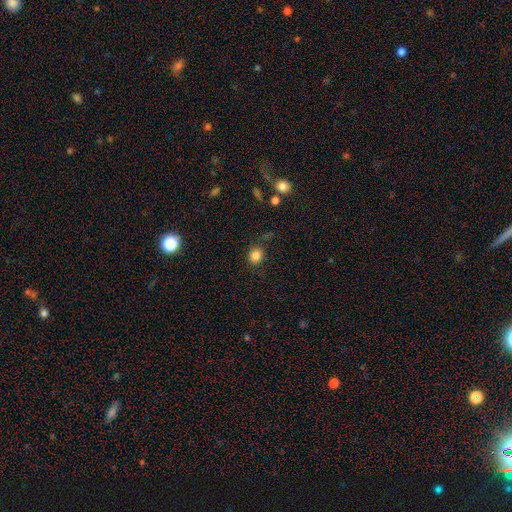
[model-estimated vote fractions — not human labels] smooth_or_featured: smooth (p=0.84) [alt: star or artifact p=0.11]
how_rounded: round (p=0.81) [alt: in between p=0.18]
merging: none (p=0.80) [alt: minor disturbance p=0.13]